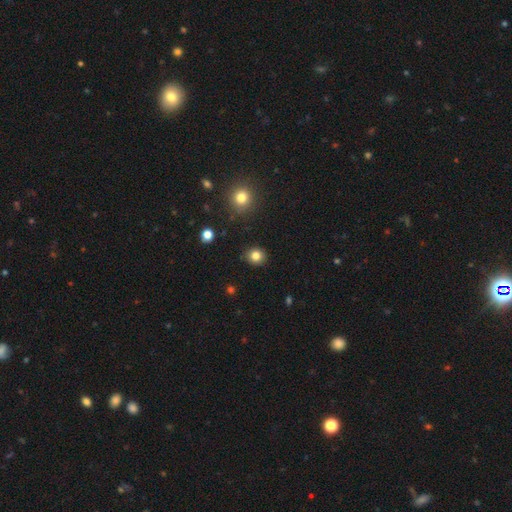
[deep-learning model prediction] smooth_or_featured: smooth (p=0.82) [alt: star or artifact p=0.12]
how_rounded: round (p=0.79) [alt: in between p=0.20]
merging: none (p=0.89) [alt: minor disturbance p=0.07]